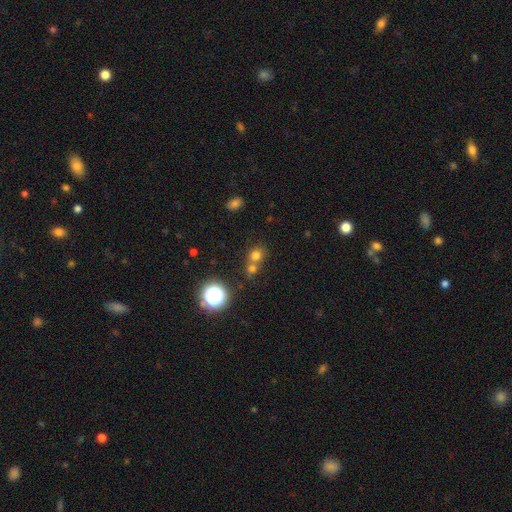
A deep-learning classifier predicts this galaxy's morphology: type=smooth (69%); roundness=round (79%); merging=none (50%).